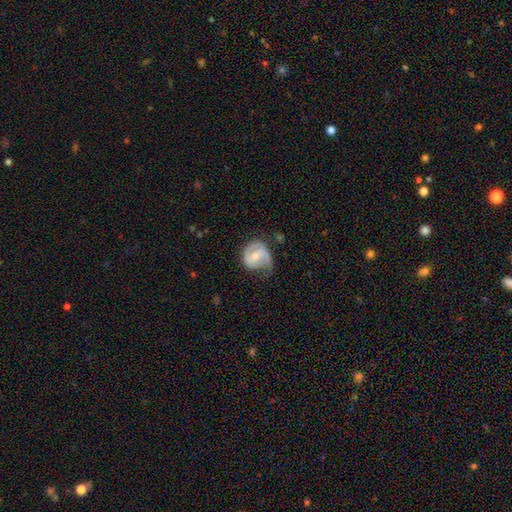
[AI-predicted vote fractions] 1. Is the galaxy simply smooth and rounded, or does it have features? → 65% featured or disk, 29% smooth, 6% star or artifact.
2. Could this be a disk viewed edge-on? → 98% no, 2% yes.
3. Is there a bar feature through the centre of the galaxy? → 50% weak, 27% no, 23% strong.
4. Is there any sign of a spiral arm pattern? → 85% yes, 15% no.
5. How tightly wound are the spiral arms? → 44% medium, 30% loose, 27% tight.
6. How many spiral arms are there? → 63% 2, 24% 1, 10% can't tell, 2% 3, 1% 4, 1% more than 4.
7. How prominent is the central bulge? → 45% moderate, 44% small, 8% none, 3% large, 1% dominant.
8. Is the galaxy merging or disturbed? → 42% none, 34% minor disturbance, 22% major disturbance, 2% merger.